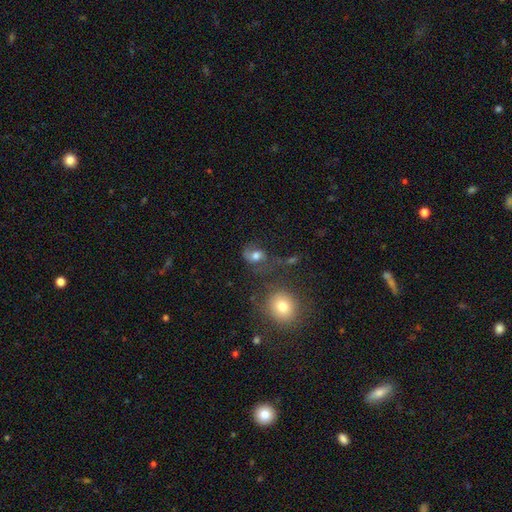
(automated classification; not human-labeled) Overall: smooth (49%; featured or disk 38%). Merging: none (43%; major disturbance 24%).